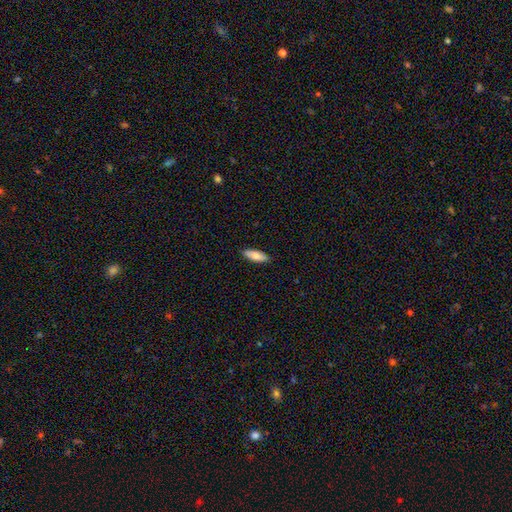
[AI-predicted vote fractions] Q: Smooth or featured?
A: smooth (81%); runner-up: featured or disk (14%)
Q: How rounded?
A: in between (63%); runner-up: cigar-shaped (35%)
Q: Merging?
A: none (88%); runner-up: minor disturbance (9%)